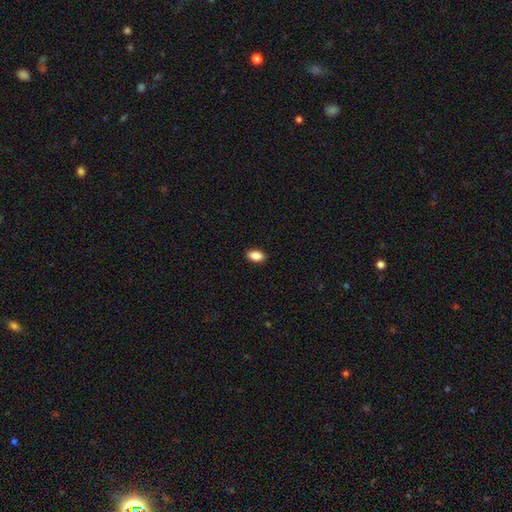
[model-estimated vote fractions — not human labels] The model was most divided on "smooth or featured": smooth: 88%, star or artifact: 7%, featured or disk: 5%. More confident: how rounded — in between (92%); merging — none (90%).